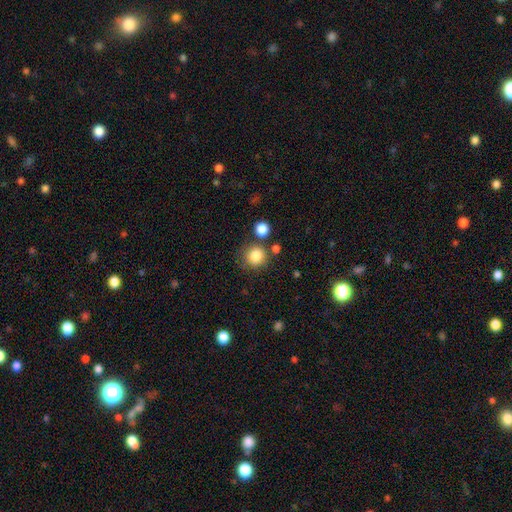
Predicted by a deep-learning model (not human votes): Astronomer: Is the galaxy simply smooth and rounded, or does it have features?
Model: smooth — 84%.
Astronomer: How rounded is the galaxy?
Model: round — 90%.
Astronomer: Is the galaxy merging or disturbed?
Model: none — 74%.